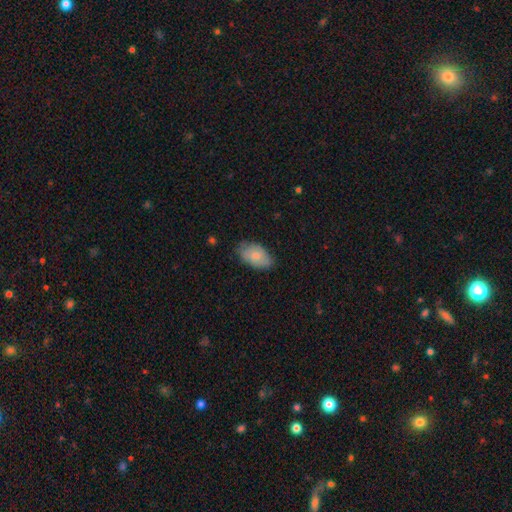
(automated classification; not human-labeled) Smooth or featured? Predicted: smooth (p=0.75). How rounded? Predicted: in between (p=0.93). Merging? Predicted: none (p=0.71).